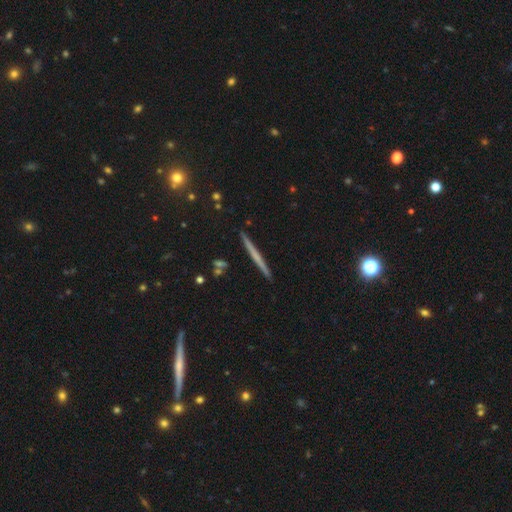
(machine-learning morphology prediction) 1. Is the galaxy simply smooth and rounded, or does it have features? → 50% featured or disk, 44% smooth, 7% star or artifact.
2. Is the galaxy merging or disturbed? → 92% none, 6% minor disturbance, 1% merger, 1% major disturbance.